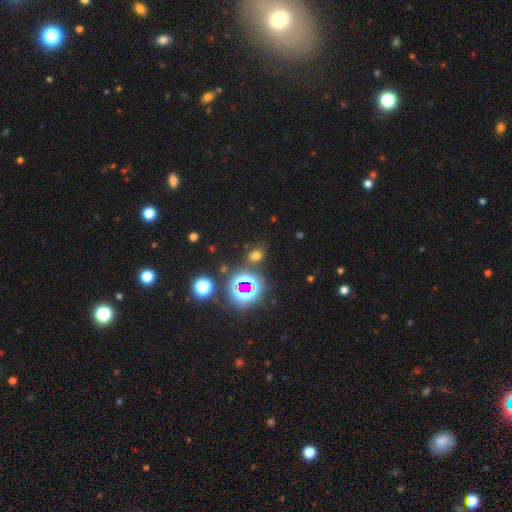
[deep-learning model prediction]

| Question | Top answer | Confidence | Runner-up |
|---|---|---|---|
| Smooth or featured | smooth | 53% | star or artifact (39%) |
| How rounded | round | 54% | in between (44%) |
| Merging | none | 78% | minor disturbance (11%) |